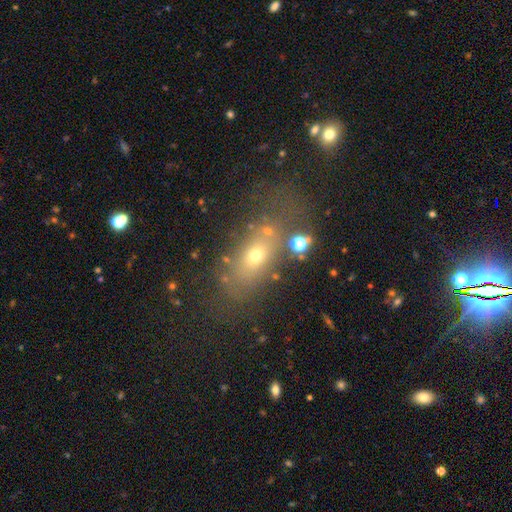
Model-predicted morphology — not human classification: Smooth or featured: smooth — 57% (featured or disk — 22%)
How rounded: in between — 69% (round — 18%)
Merging: none — 63% (minor disturbance — 15%)